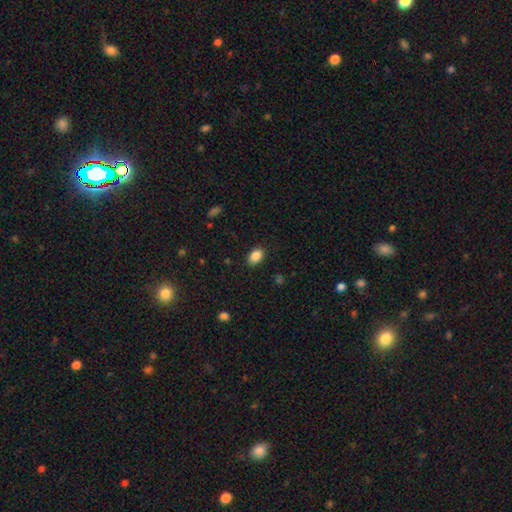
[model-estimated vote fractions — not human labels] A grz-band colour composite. It shows a smooth galaxy with no disk features (87%) that is in between round and cigar-shaped (81%). Merging: none (87%).